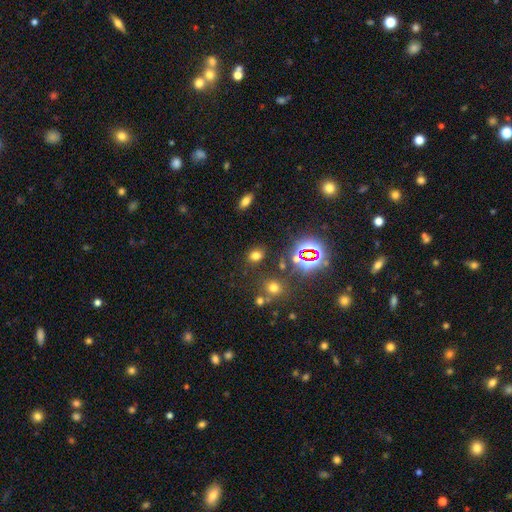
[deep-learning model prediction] Morphology: type=smooth (65%); roundness=in between (57%); merging=none (81%).